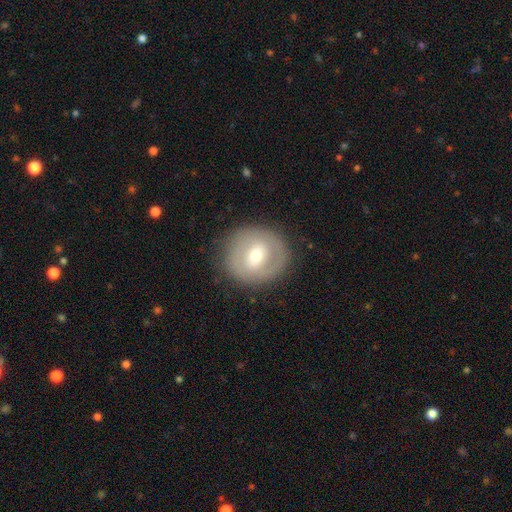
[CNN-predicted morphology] The model was most divided on "smooth or featured": featured or disk: 49%, smooth: 44%, star or artifact: 7%. More confident: merging — none (83%).